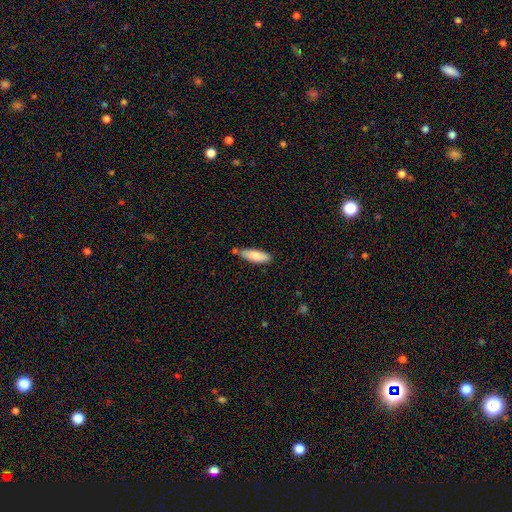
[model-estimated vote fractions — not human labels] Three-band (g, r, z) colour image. It shows a smooth galaxy with no disk features (83%) that is in between round and cigar-shaped (52%). Merging: none (71%).